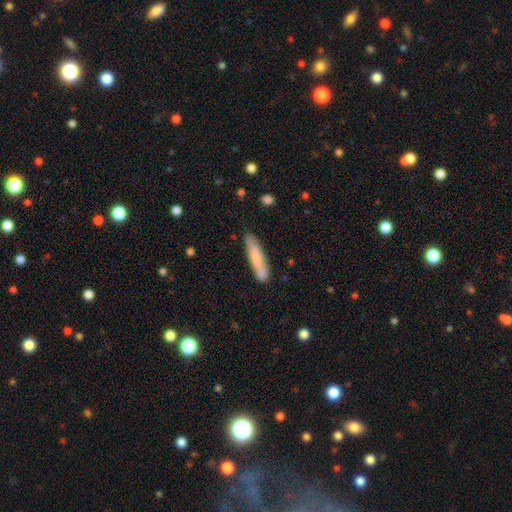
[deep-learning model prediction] This appears to be a smooth galaxy with no disk features (67%) that is cigar-shaped (88%). Merging: none (81%).